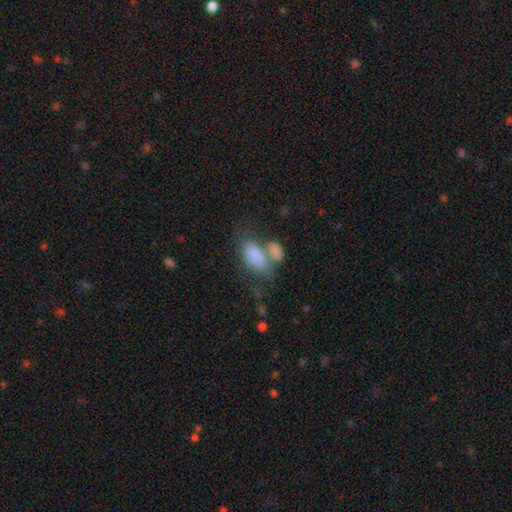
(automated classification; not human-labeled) Overall: smooth (80%). How rounded: in between (92%). Merging: merger (51%; none 26%).